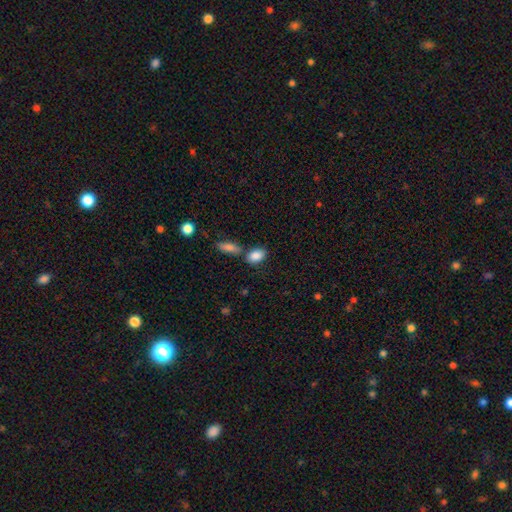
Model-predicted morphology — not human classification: A smooth galaxy with no disk features (87%) that is in between round and cigar-shaped (86%). Merging: none (61%).